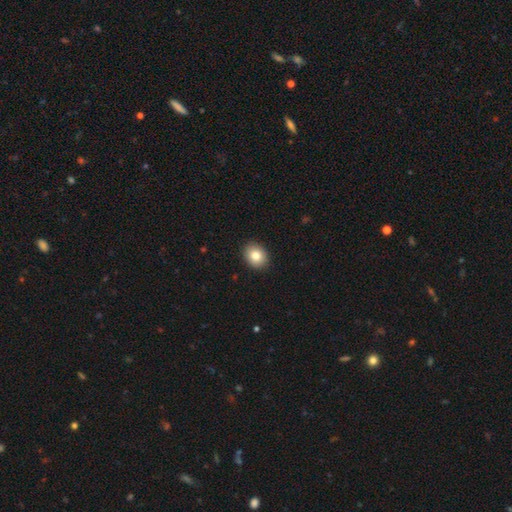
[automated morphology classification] smooth_or_featured: smooth (p=0.82) [alt: star or artifact p=0.09]
how_rounded: round (p=0.54) [alt: in between p=0.45]
merging: none (p=0.91) [alt: minor disturbance p=0.06]